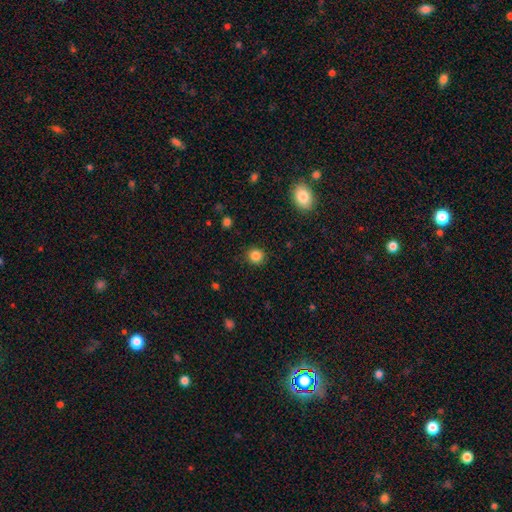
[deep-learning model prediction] Morphology: type=smooth (85%); roundness=round (90%); merging=none (89%).